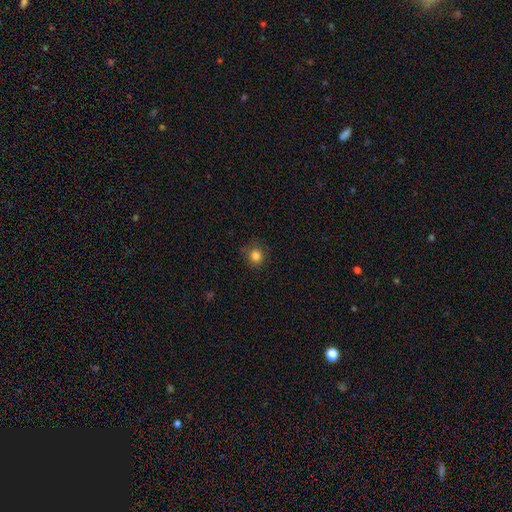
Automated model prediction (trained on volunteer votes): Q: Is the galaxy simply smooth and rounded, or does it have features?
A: smooth — 82%.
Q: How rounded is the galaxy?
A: round — 88%.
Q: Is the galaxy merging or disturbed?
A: none — 83%.